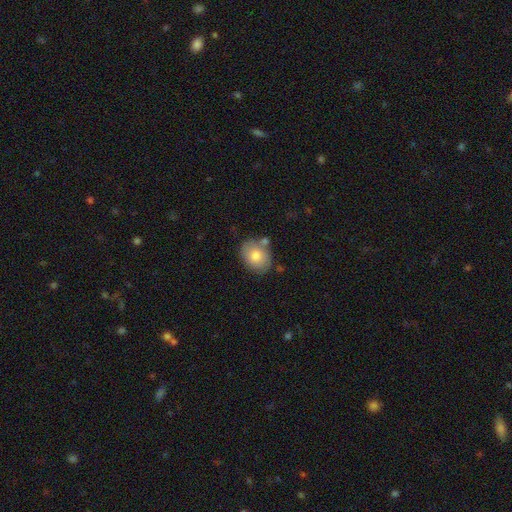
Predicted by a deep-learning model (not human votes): A smooth galaxy with no disk features (78%) that is in between round and cigar-shaped (55%).

Vote fractions:
- Smooth or featured? smooth: 78% / featured or disk: 14% / star or artifact: 8%
- How rounded? in between: 55% / round: 44% / cigar-shaped: 1%
- Merging? none: 71% / minor disturbance: 15% / merger: 10% / major disturbance: 4%